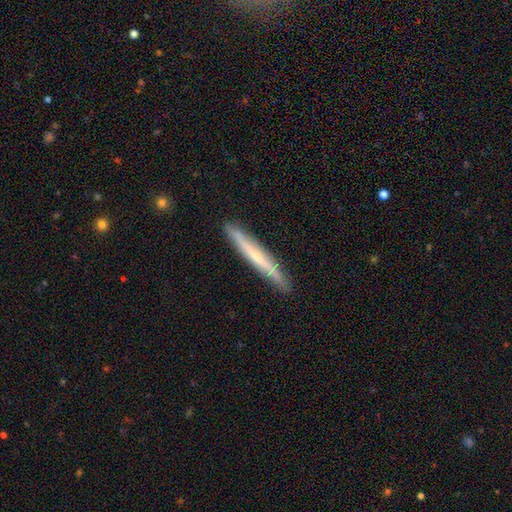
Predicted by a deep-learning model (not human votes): smooth_or_featured: featured or disk (p=0.55) [alt: smooth p=0.39]
disk_edge_on: yes (p=0.94) [alt: no p=0.06]
edge_on_bulge: none (p=0.51) [alt: rounded p=0.44]
merging: none (p=0.89) [alt: minor disturbance p=0.08]